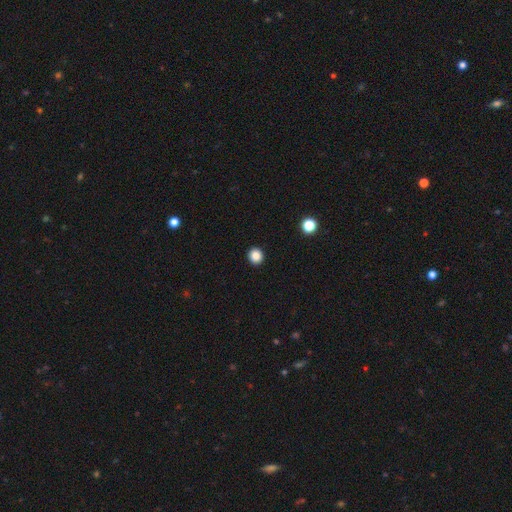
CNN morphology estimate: Smooth or featured: smooth — 86% (star or artifact — 11%)
How rounded: round — 91% (in between — 8%)
Merging: none — 94% (minor disturbance — 4%)